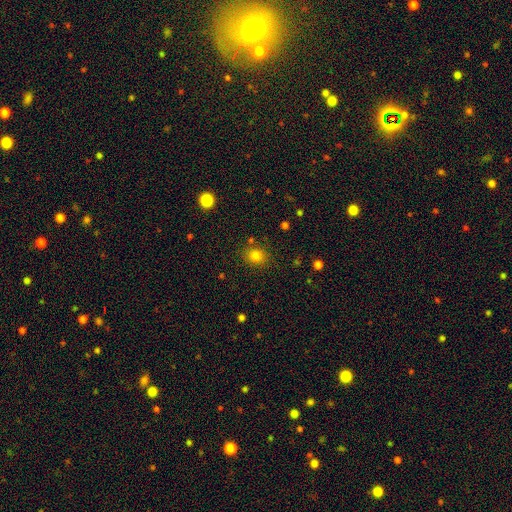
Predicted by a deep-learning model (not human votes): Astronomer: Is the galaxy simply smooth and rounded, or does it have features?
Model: smooth — 80%.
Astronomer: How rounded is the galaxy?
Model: round — 72%.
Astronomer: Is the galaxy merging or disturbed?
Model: none — 84%.